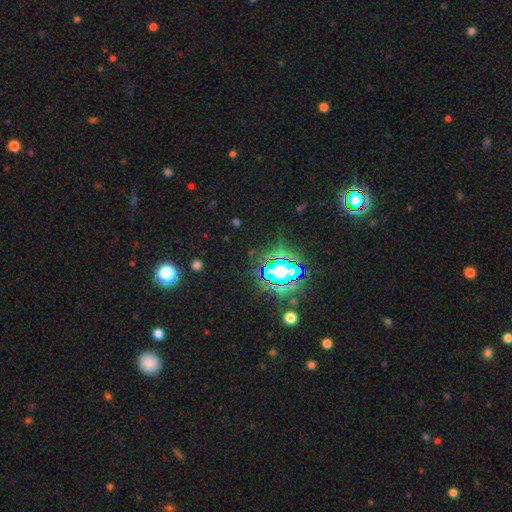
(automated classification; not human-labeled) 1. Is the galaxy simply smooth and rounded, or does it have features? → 76% star or artifact, 15% smooth, 9% featured or disk.